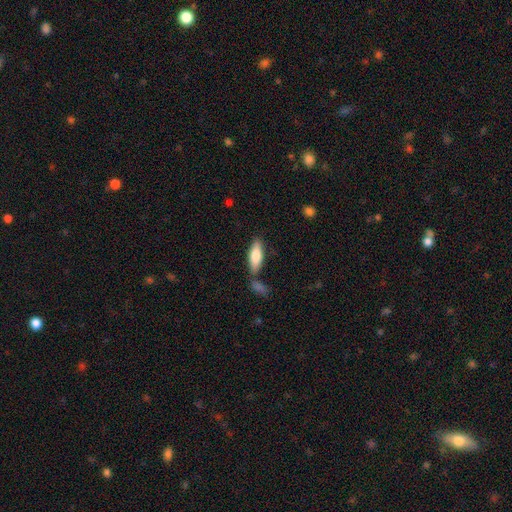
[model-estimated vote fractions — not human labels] A smooth galaxy with no disk features (76%) that is in between round and cigar-shaped (61%). Merging: none (68%).